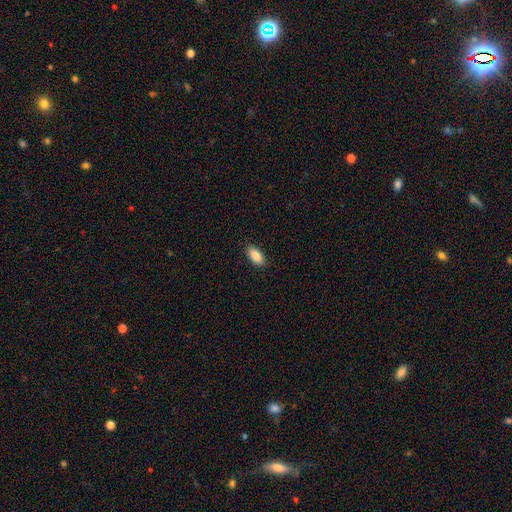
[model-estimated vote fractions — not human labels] smooth 88%, star or artifact 7%, featured or disk 6%. Down the decision tree: how rounded — in between (89%); merging — none (89%).